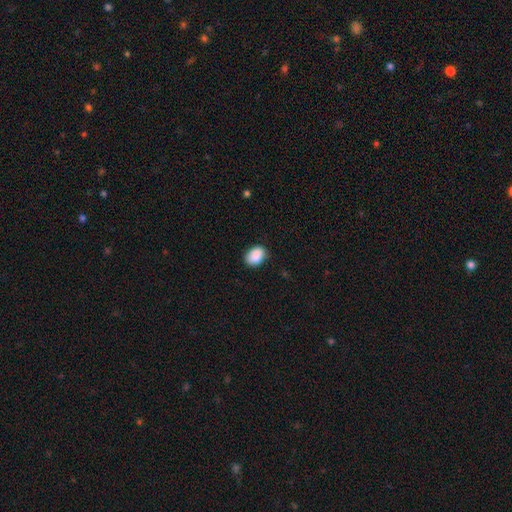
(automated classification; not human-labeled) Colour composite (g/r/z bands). It shows a smooth galaxy with no disk features (90%) that is in between round and cigar-shaped (78%). Merging: none (82%).